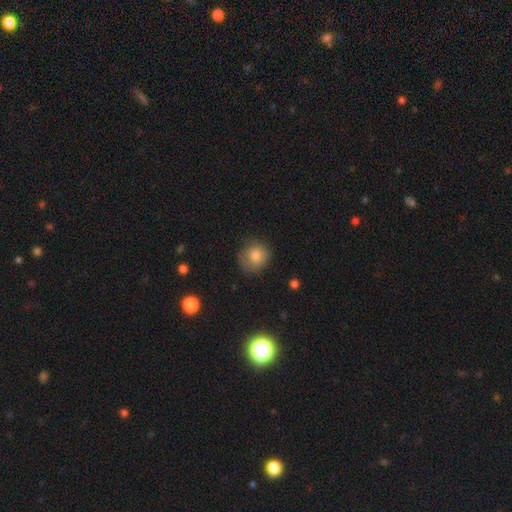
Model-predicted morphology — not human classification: Smooth or featured: smooth — 76% (featured or disk — 14%)
How rounded: round — 87% (in between — 12%)
Merging: none — 71% (minor disturbance — 21%)